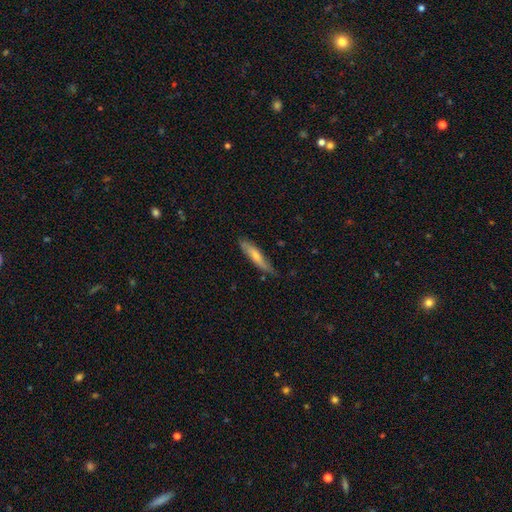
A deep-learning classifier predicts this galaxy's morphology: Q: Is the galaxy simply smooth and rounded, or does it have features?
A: smooth — 62%.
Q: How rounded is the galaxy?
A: cigar-shaped — 81%.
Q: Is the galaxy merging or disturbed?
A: none — 68%.